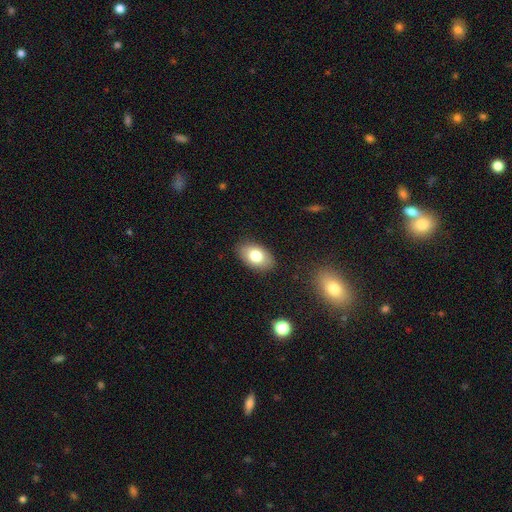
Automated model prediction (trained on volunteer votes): A smooth galaxy with no disk features (77%) that is in between round and cigar-shaped (90%).

Vote fractions:
- Smooth or featured? smooth: 77% / featured or disk: 15% / star or artifact: 8%
- How rounded? in between: 90% / round: 9% / cigar-shaped: 1%
- Merging? none: 87% / minor disturbance: 10% / major disturbance: 2% / merger: 1%